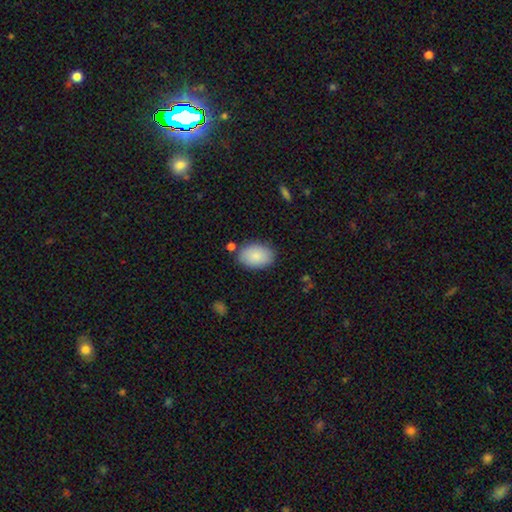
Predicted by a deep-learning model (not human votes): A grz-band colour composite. It shows a smooth galaxy with no disk features (88%) that is in between round and cigar-shaped (90%). Merging: none (82%).